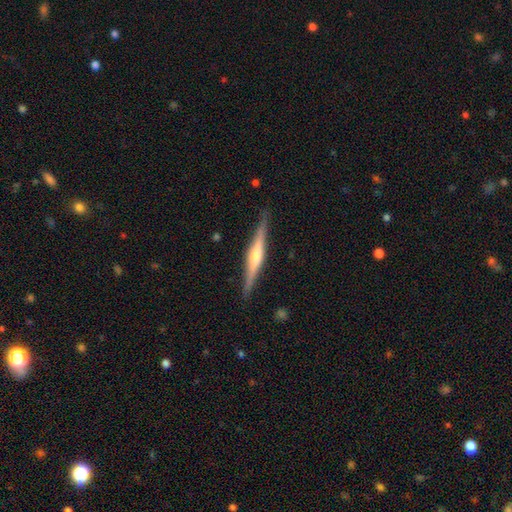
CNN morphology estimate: type=featured or disk (75%); edge-on=yes (98%); edge-on bulge=rounded (82%); merging=none (89%).